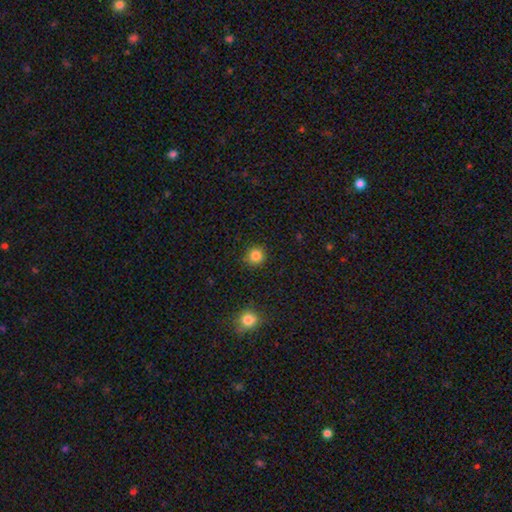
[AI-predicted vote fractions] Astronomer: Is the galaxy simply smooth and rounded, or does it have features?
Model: smooth — 83%.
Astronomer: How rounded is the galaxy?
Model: round — 90%.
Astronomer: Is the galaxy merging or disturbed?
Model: none — 87%.